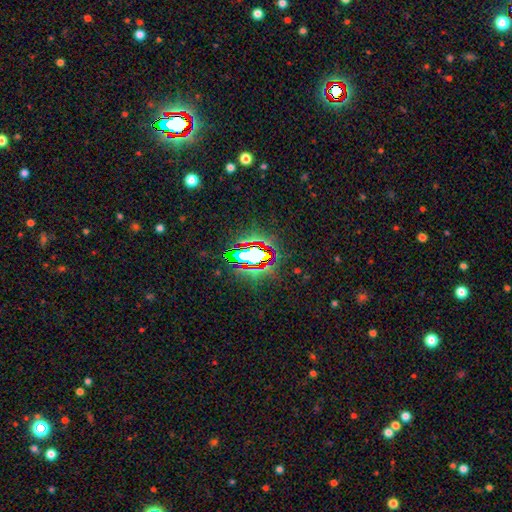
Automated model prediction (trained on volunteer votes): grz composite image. It shows a star or artifact, not a galaxy (67%).